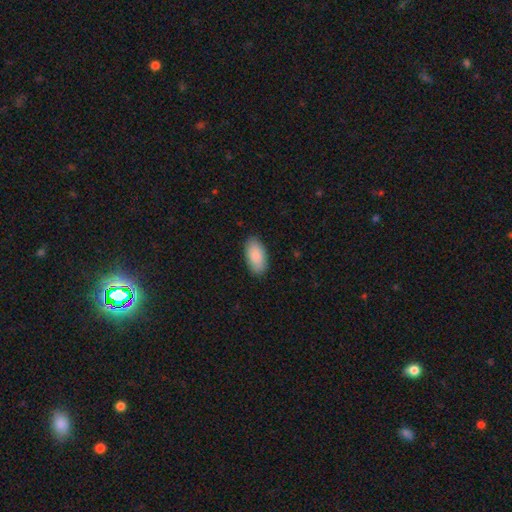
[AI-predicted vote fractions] This is clearly a smooth galaxy (89%). How rounded: clearly in between (95%). Merging: clearly none (87%).